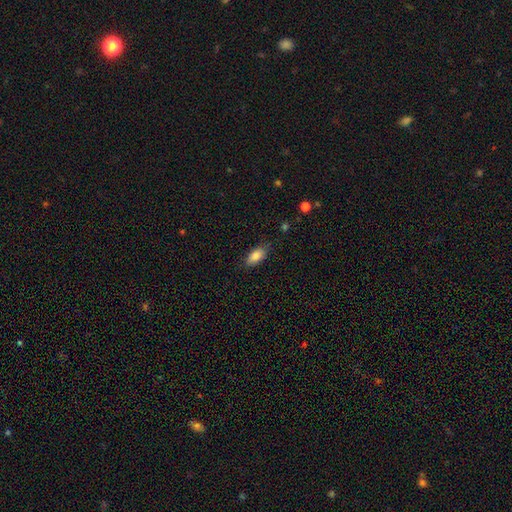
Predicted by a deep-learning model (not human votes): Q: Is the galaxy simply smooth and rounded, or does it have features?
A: smooth — 84%.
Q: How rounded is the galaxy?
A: in between — 87%.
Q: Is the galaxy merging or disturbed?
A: none — 82%.